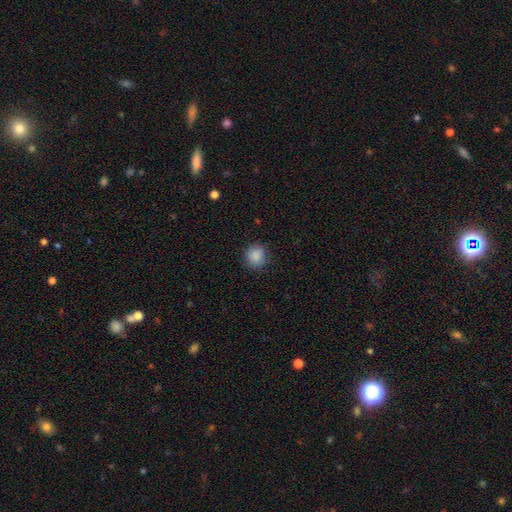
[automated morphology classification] A smooth galaxy with no disk features (88%) that is round (87%). Merging: none (87%).